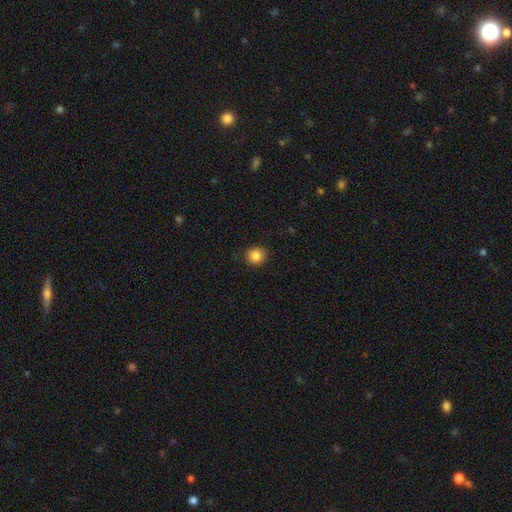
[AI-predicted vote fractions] smooth-or-featured: smooth: 85% | star or artifact: 10% | featured or disk: 5%
  how-rounded: round: 87% | in between: 12% | cigar-shaped: 1%
  merging: none: 91% | minor disturbance: 6% | major disturbance: 2% | merger: 1%